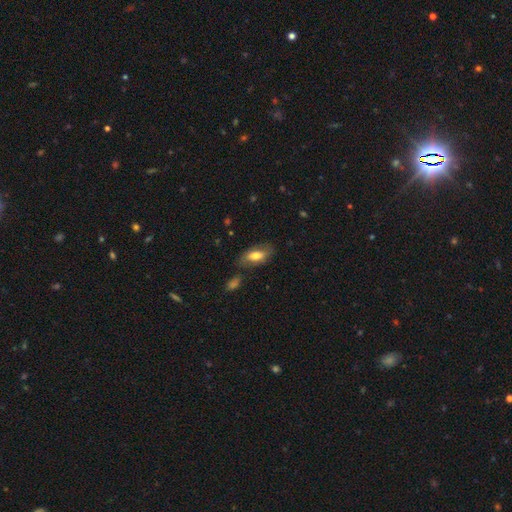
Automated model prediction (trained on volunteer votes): smooth_or_featured: smooth (p=0.69) [alt: featured or disk p=0.25]
how_rounded: in between (p=0.86) [alt: cigar-shaped p=0.11]
merging: none (p=0.71) [alt: minor disturbance p=0.18]